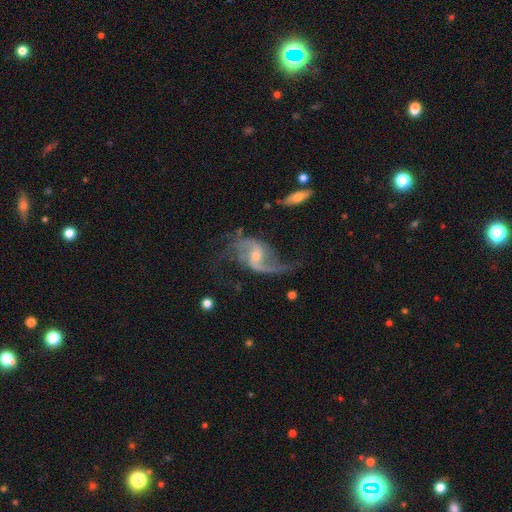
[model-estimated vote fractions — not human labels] Smooth or featured? featured or disk (90%)
Edge-on disk? no (97%)
Bar? weak (47%)
Spiral arms? yes (96%)
Spiral winding? loose (73%)
Spiral arm count? 2 (88%)
Bulge size? small (55%)
Merging? none (60%)